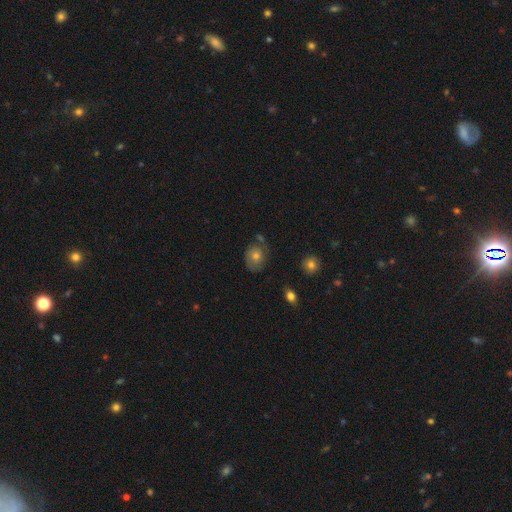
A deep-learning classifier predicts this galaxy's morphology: Smooth or featured? smooth (56%)
How rounded? round (58%)
Merging? none (68%)